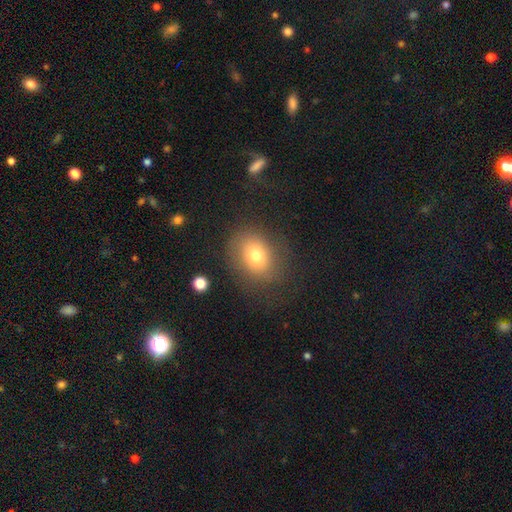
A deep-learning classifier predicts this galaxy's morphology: smooth 74%, featured or disk 14%, star or artifact 12%. Down the decision tree: how rounded — in between (50%); merging — none (76%).